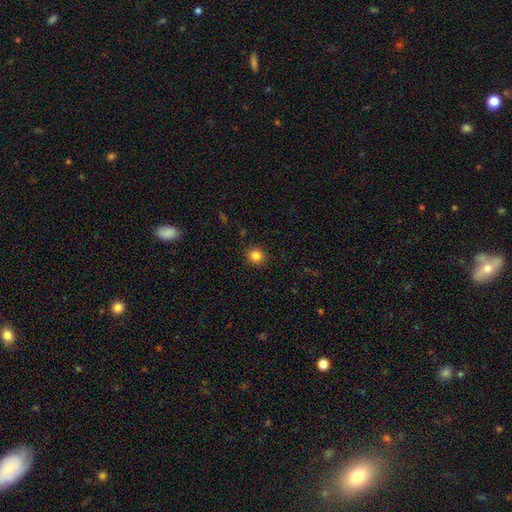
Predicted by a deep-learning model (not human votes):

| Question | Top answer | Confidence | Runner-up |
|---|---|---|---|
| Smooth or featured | smooth | 84% | star or artifact (11%) |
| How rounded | round | 93% | in between (6%) |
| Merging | none | 91% | minor disturbance (6%) |